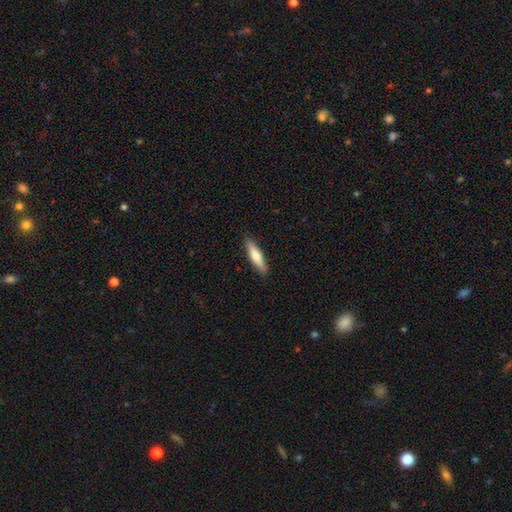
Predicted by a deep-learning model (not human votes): Morphology: type=smooth (63%); roundness=cigar-shaped (79%); merging=none (89%).